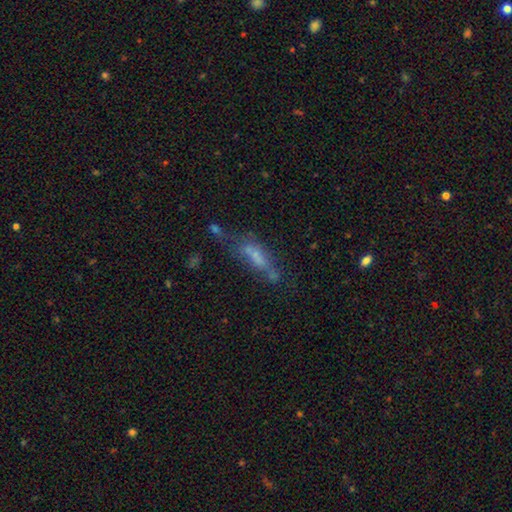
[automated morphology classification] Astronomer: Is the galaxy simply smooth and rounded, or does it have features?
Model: smooth — 49% (runner-up: featured or disk, 38%).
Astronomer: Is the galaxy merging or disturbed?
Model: none — 31% (runner-up: merger, 25%).